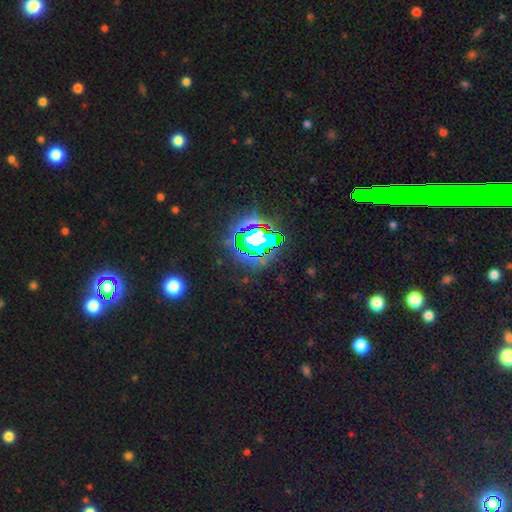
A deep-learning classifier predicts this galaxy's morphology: This is clearly a star or artifact rather than a galaxy (81%).